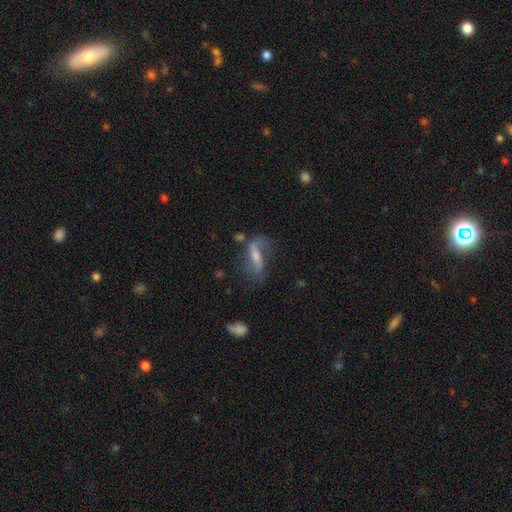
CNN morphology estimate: Smooth or featured? featured or disk (70%)
Edge-on disk? no (88%)
Bar? weak (41%)
Spiral arms? yes (85%)
Spiral winding? loose (71%)
Spiral arm count? 2 (77%)
Bulge size? moderate (44%)
Merging? none (51%)